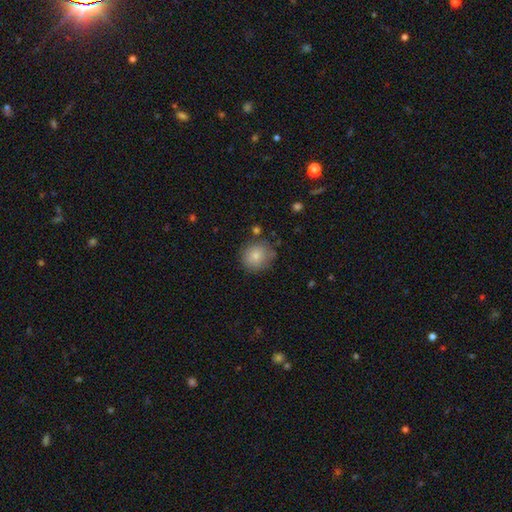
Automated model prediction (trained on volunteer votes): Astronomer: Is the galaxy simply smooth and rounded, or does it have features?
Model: smooth — 82%.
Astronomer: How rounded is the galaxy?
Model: round — 85%.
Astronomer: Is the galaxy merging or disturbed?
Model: none — 76%.